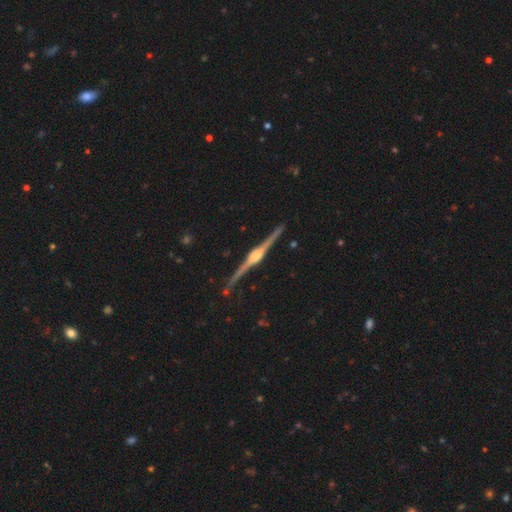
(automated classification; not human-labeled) smooth-or-featured: featured or disk: 92% | smooth: 4% | star or artifact: 4%
  disk-edge-on: yes: 98% | no: 2%
    edge-on-bulge: rounded: 89% | boxy: 7% | none: 4%
  merging: none: 88% | minor disturbance: 8% | major disturbance: 2% | merger: 1%